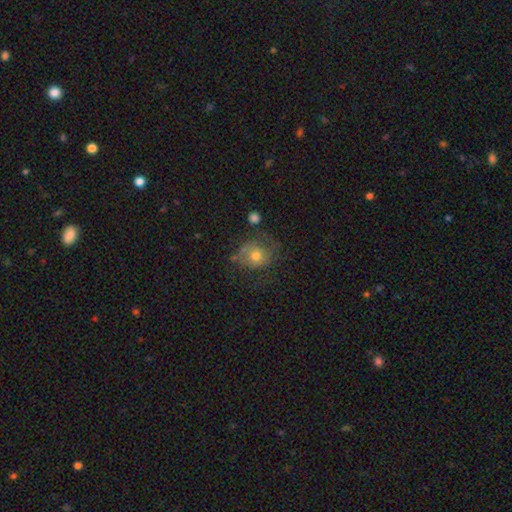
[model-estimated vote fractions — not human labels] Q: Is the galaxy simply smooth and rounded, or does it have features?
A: smooth — 53%.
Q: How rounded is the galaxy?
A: round — 71%.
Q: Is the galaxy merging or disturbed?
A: none — 50%.